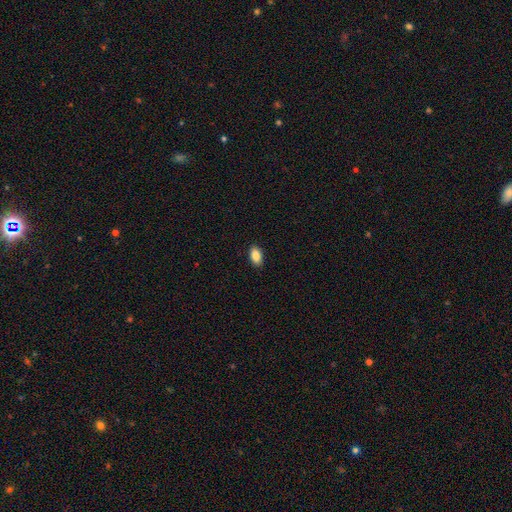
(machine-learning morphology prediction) Smooth or featured? Predicted: smooth (p=0.87). How rounded? Predicted: in between (p=0.93). Merging? Predicted: none (p=0.90).